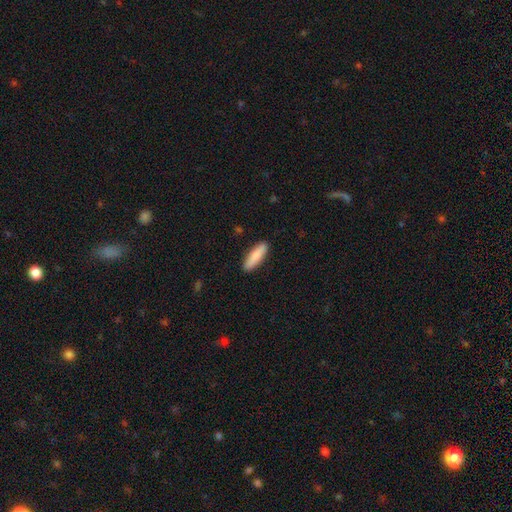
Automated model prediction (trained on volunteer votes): Q: Smooth or featured?
A: smooth (86%); runner-up: featured or disk (9%)
Q: How rounded?
A: cigar-shaped (63%); runner-up: in between (36%)
Q: Merging?
A: none (90%); runner-up: minor disturbance (7%)